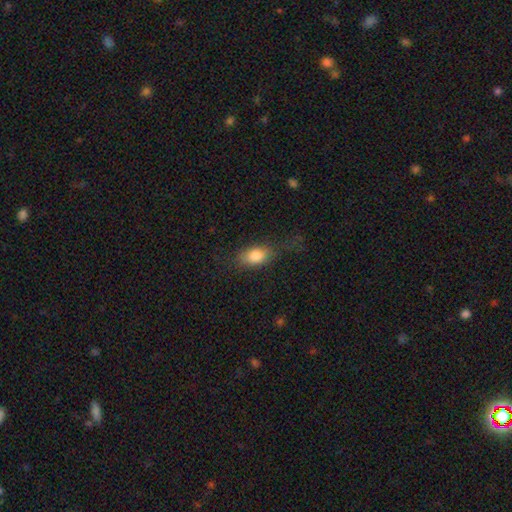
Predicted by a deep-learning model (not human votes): smooth_or_featured: smooth (p=0.81) [alt: featured or disk p=0.11]
how_rounded: in between (p=0.84) [alt: round p=0.10]
merging: none (p=0.63) [alt: minor disturbance p=0.21]